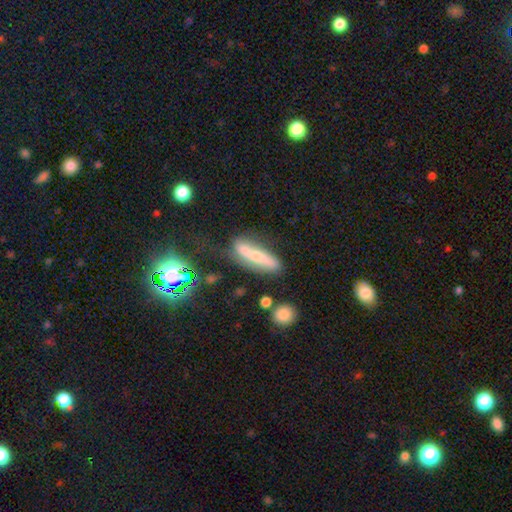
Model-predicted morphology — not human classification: This appears to be a featured or disk galaxy (45%). Merging: none (57%).